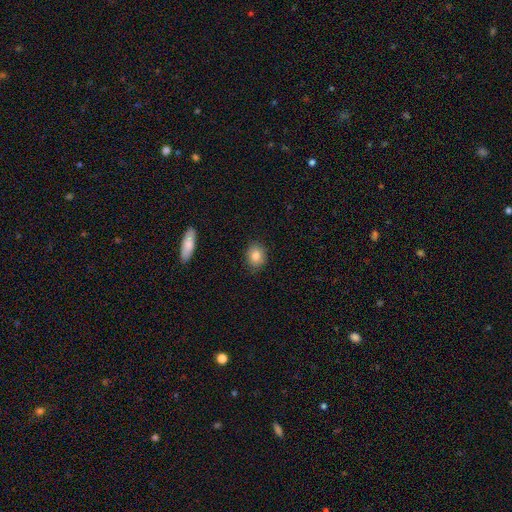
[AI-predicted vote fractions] Morphology: type=smooth (84%); roundness=round (59%); merging=none (86%).